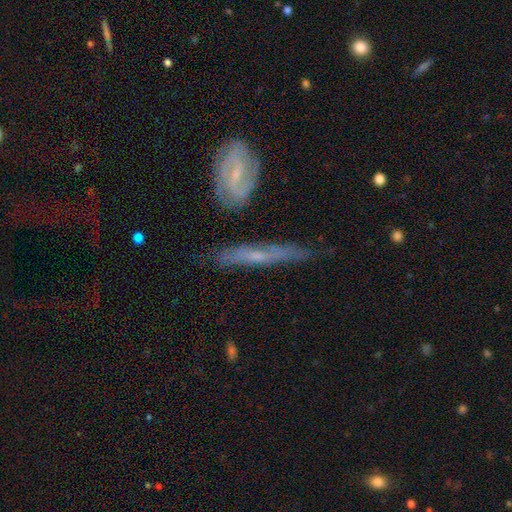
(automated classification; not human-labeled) Overall: featured or disk (62%; smooth 30%). Edge-on disk: yes (72%). Merging: none (67%).